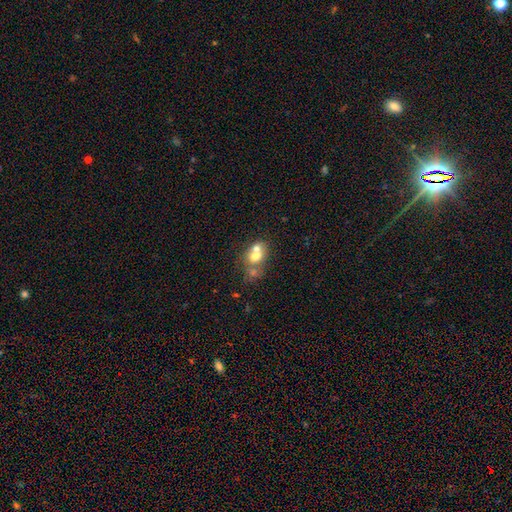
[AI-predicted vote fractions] smooth 64%, featured or disk 24%, star or artifact 11%. Down the decision tree: how rounded — round (60%); merging — merger (63%).